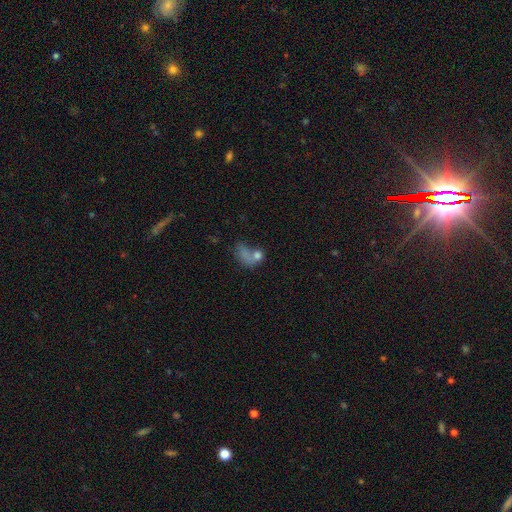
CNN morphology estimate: Overall: smooth (62%). How rounded: in between (61%; round 35%). Merging: merger (39%; none 26%).